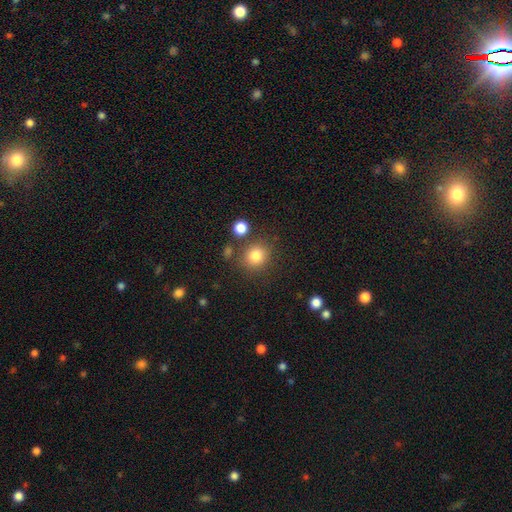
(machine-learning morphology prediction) Smooth or featured? Predicted: smooth (p=0.82). How rounded? Predicted: round (p=0.85). Merging? Predicted: none (p=0.80).